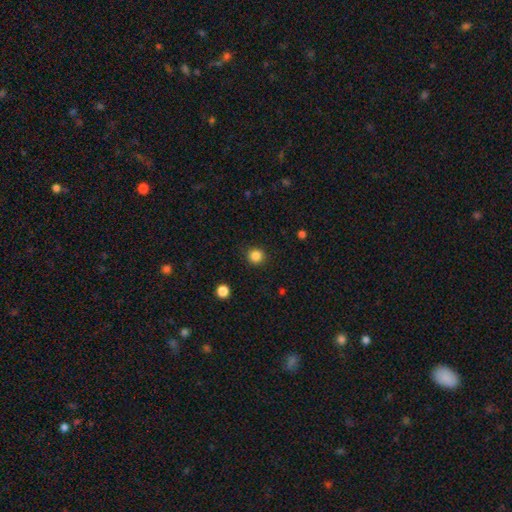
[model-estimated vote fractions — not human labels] The model was most divided on "smooth or featured": smooth: 85%, star or artifact: 12%, featured or disk: 4%. More confident: how rounded — round (93%); merging — none (90%).